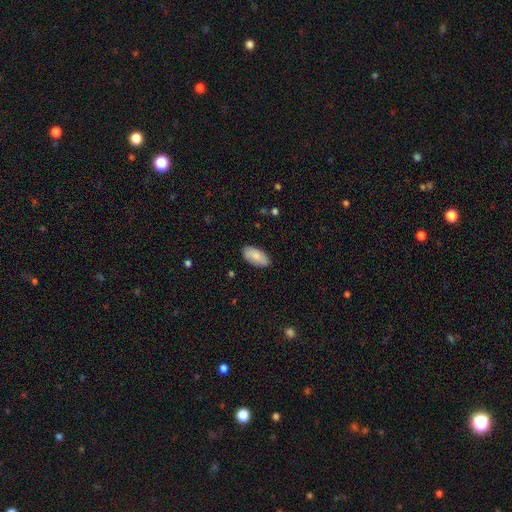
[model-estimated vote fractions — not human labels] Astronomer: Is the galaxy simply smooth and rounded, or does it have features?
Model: smooth — 82%.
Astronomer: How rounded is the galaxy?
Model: in between — 93%.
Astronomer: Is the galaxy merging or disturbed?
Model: none — 86%.